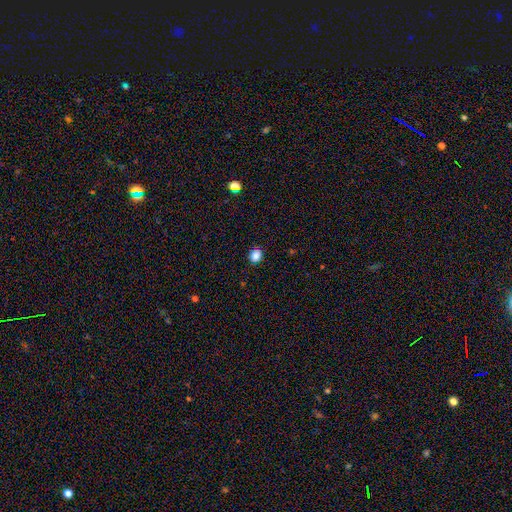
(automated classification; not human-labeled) Smooth or featured? smooth (85%)
How rounded? round (71%)
Merging? none (90%)